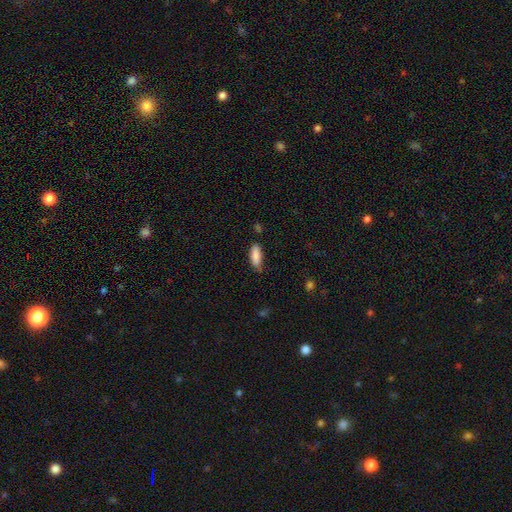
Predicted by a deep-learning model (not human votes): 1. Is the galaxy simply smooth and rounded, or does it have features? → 87% smooth, 7% star or artifact, 7% featured or disk.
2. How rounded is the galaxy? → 64% in between, 34% cigar-shaped, 2% round.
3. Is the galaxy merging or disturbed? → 67% none, 26% minor disturbance, 5% major disturbance, 2% merger.